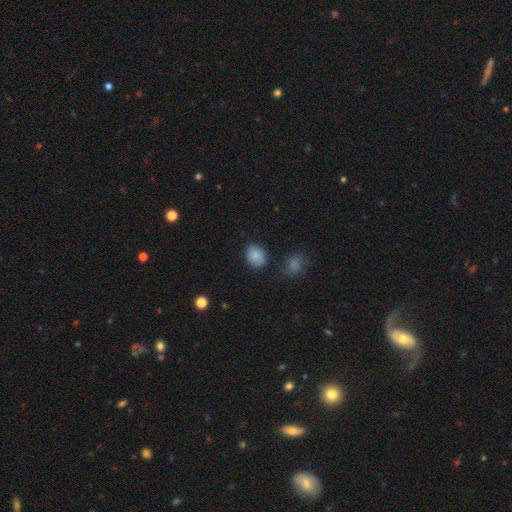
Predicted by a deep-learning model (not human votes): Smooth or featured? smooth (86%)
How rounded? in between (52%)
Merging? none (80%)